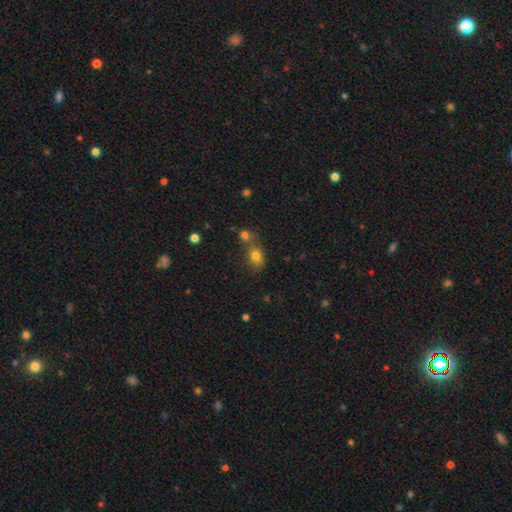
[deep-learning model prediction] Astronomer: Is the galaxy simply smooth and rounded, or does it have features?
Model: smooth — 78%.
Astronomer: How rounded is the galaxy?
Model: in between — 62%.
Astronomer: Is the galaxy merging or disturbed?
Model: none — 45% (runner-up: merger, 38%).